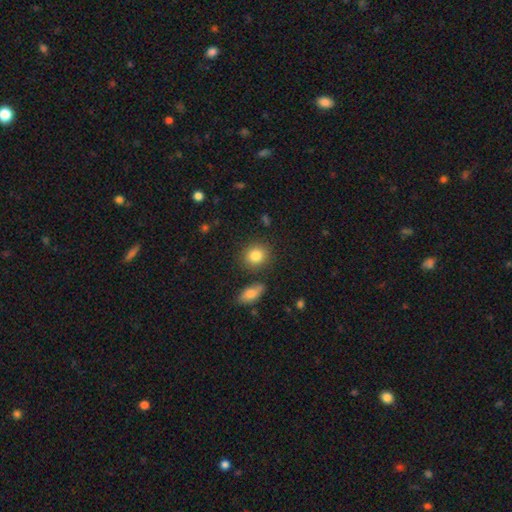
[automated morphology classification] type=smooth (84%); roundness=round (73%); merging=none (82%).